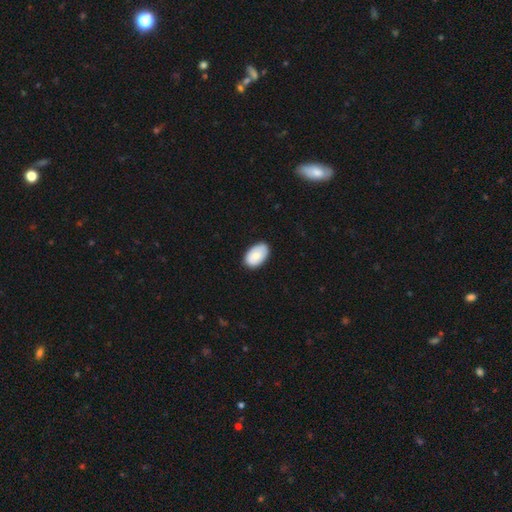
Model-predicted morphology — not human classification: smooth-or-featured: smooth: 82% | featured or disk: 12% | star or artifact: 6%
  how-rounded: in between: 93% | round: 6% | cigar-shaped: 1%
  merging: none: 83% | minor disturbance: 14% | major disturbance: 2% | merger: 1%